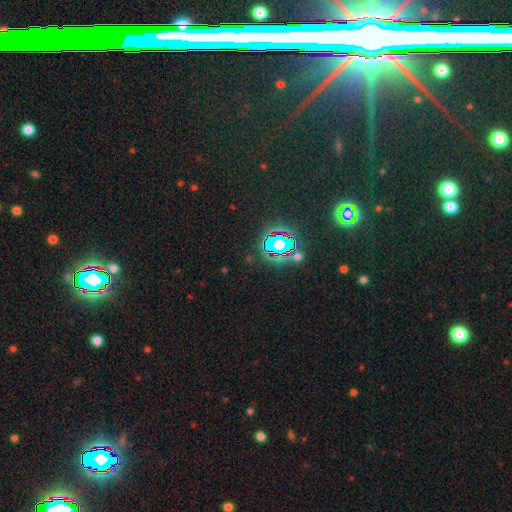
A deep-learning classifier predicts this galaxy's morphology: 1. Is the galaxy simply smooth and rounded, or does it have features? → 81% star or artifact, 10% smooth, 9% featured or disk.